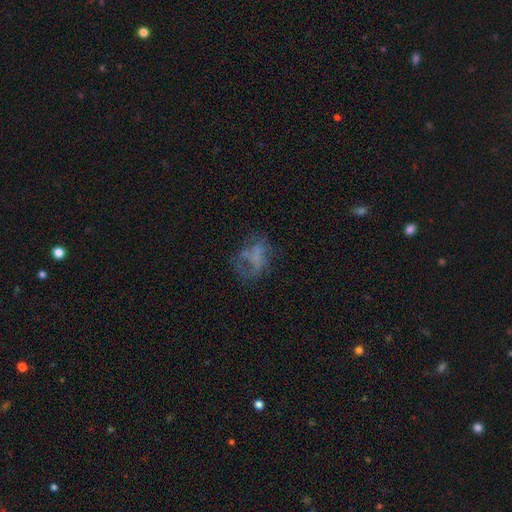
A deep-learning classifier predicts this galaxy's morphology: Smooth or featured: featured or disk — 45% (smooth — 37%)
Merging: major disturbance — 38% (tied with none — 38%)